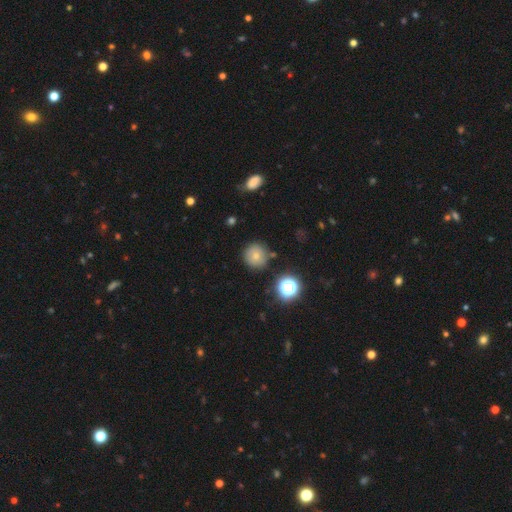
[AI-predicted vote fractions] This is likely a smooth galaxy (73%). How rounded: clearly round (93%). Merging: clearly none (81%).